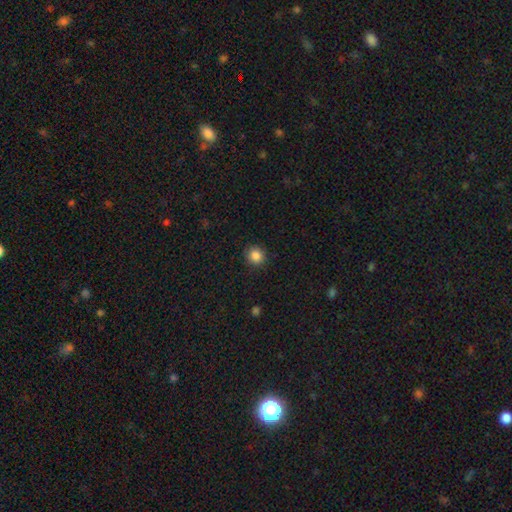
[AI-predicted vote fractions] A smooth galaxy with no disk features (86%) that is round (89%).

Vote fractions:
- Smooth or featured? smooth: 86% / star or artifact: 10% / featured or disk: 4%
- How rounded? round: 89% / in between: 10% / cigar-shaped: 1%
- Merging? none: 89% / minor disturbance: 8% / major disturbance: 2% / merger: 1%